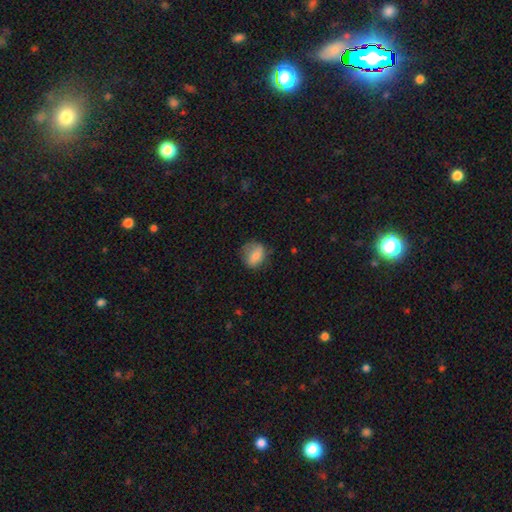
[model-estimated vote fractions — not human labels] smooth 74%, featured or disk 18%, star or artifact 8%. Down the decision tree: how rounded — in between (50%); merging — none (63%).